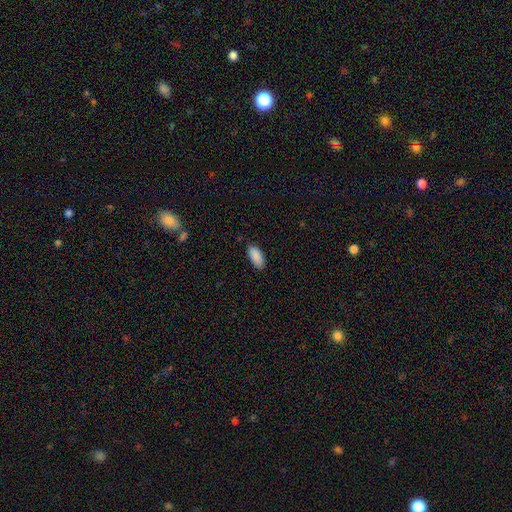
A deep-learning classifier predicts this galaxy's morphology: This is clearly a smooth galaxy (90%). How rounded: clearly in between (88%). Merging: clearly none (85%).